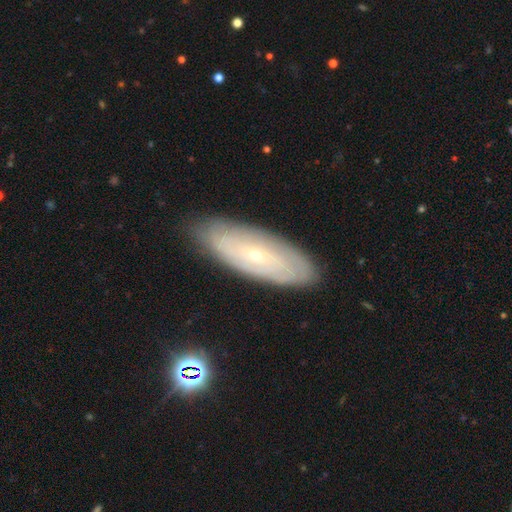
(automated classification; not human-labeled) Smooth or featured? Predicted: featured or disk (p=0.67). Edge-on disk? Predicted: no (p=0.83). Bar? Predicted: no (p=0.72). Spiral arms? Predicted: yes (p=0.67). Bulge size? Predicted: small (p=0.80). Merging? Predicted: none (p=0.84).